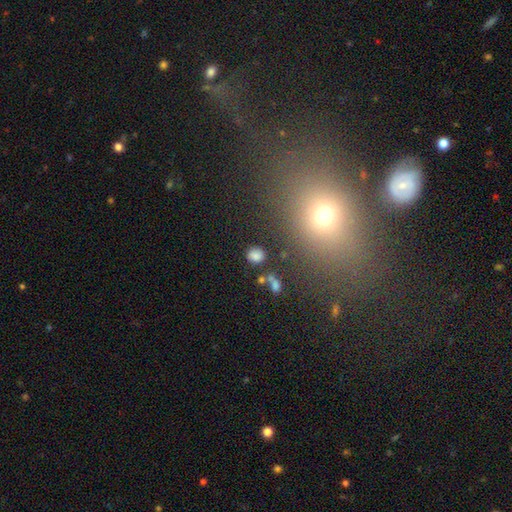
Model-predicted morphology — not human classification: type=smooth (80%); roundness=round (74%); merging=none (80%).